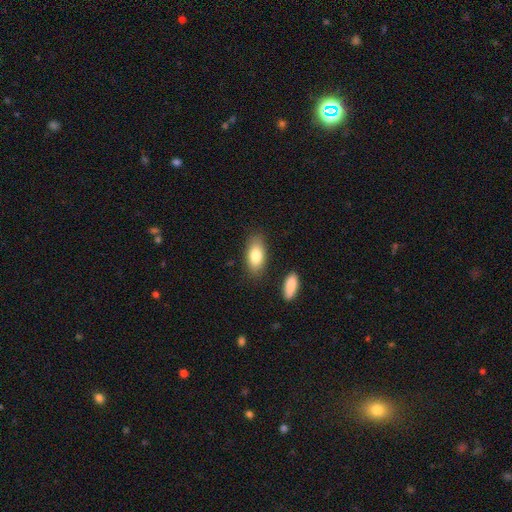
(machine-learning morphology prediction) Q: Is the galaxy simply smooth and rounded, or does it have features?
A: smooth — 81%.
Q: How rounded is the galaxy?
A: in between — 88%.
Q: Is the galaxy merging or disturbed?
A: none — 82%.